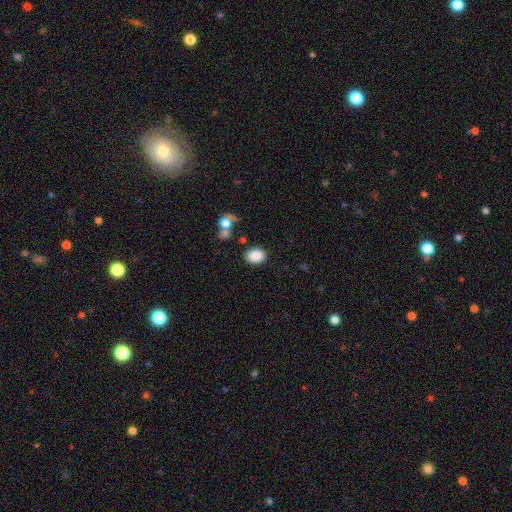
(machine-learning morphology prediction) This appears to be a smooth galaxy with no disk features (86%) that is in between round and cigar-shaped (63%). Merging: none (81%).